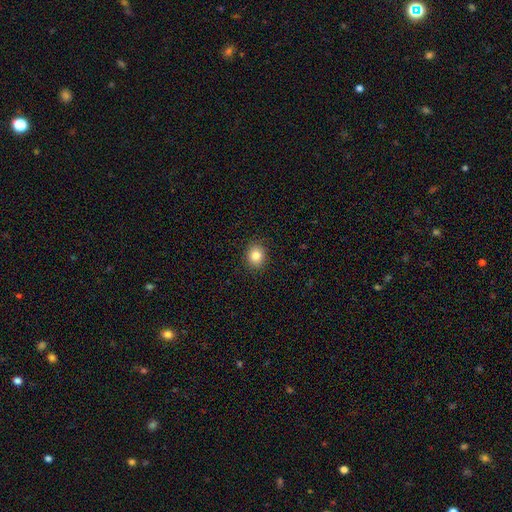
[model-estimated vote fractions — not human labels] This is clearly a smooth galaxy (83%). How rounded: likely round (66%). Merging: clearly none (90%).